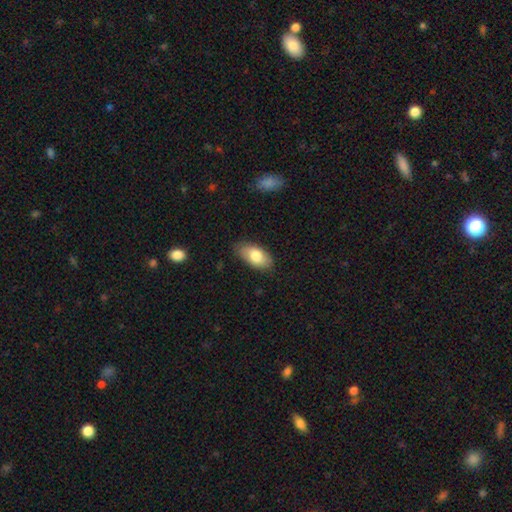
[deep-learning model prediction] smooth 79%, featured or disk 15%, star or artifact 6%. Down the decision tree: how rounded — in between (93%); merging — none (81%).